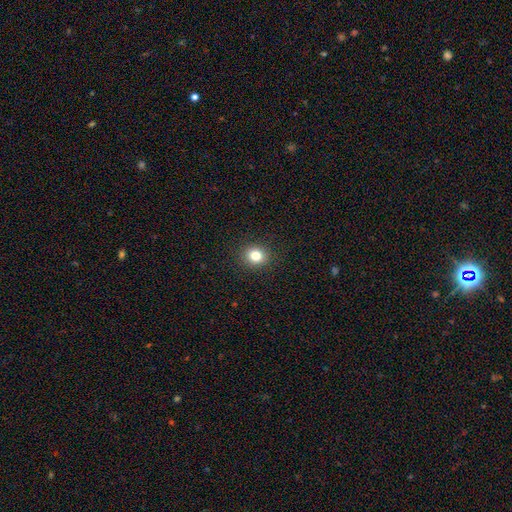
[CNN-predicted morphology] A smooth galaxy with no disk features (81%) that is round (77%). Merging: none (91%).